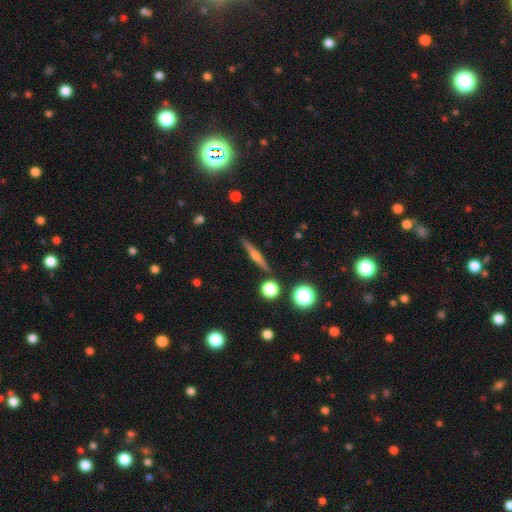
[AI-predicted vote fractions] smooth-or-featured: featured or disk: 61% | smooth: 29% | star or artifact: 10%
  disk-edge-on: yes: 97% | no: 3%
    edge-on-bulge: rounded: 78% | none: 13% | boxy: 9%
  merging: none: 90% | minor disturbance: 7% | merger: 2% | major disturbance: 2%